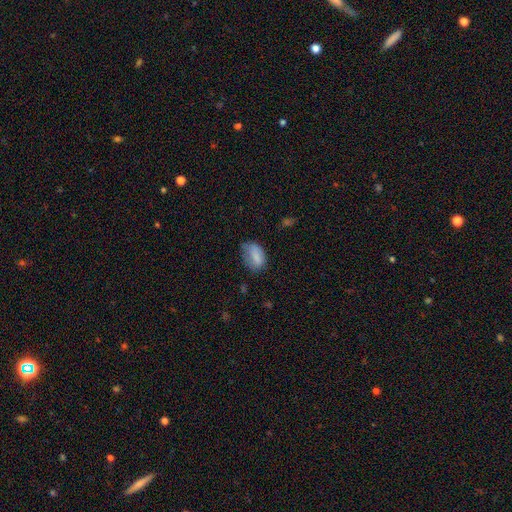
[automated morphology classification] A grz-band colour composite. It shows a smooth galaxy with no disk features (79%) that is in between round and cigar-shaped (87%). Merging: none (46%).